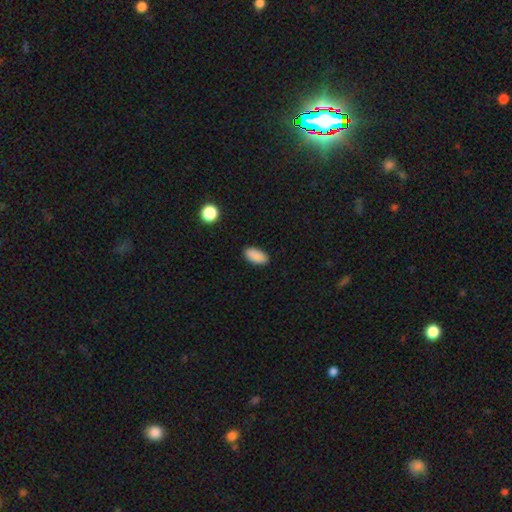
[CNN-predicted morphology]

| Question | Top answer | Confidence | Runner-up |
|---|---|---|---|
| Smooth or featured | smooth | 89% | star or artifact (8%) |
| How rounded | in between | 93% | cigar-shaped (4%) |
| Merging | none | 88% | minor disturbance (9%) |